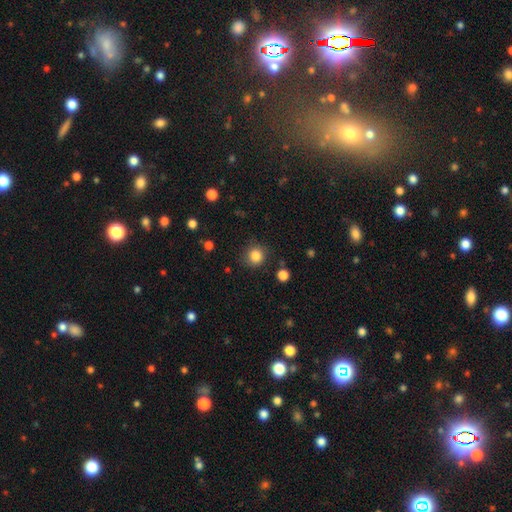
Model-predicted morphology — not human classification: Smooth or featured? Predicted: smooth (p=0.84). How rounded? Predicted: round (p=0.90). Merging? Predicted: none (p=0.84).